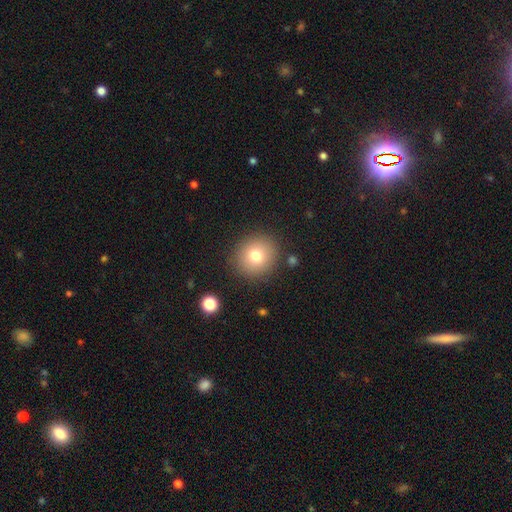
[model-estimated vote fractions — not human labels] Smooth or featured? smooth (76%)
How rounded? round (86%)
Merging? none (88%)